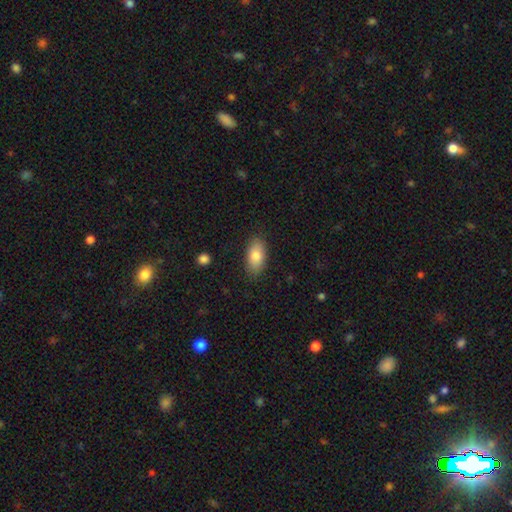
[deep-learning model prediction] Morphology: type=smooth (82%); roundness=in between (91%); merging=none (85%).